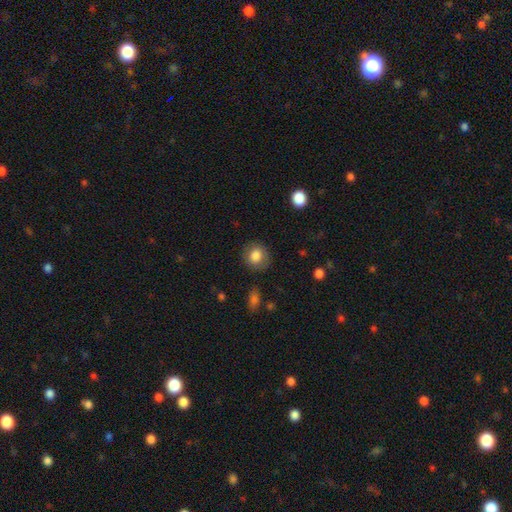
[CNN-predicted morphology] Smooth or featured? smooth (82%)
How rounded? round (78%)
Merging? none (83%)